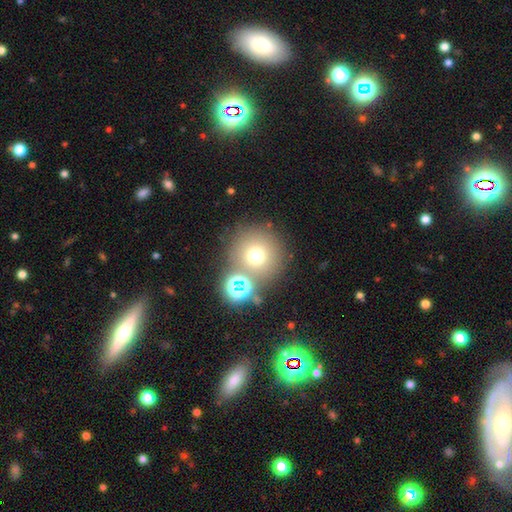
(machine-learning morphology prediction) Smooth or featured? Predicted: smooth (p=0.67). How rounded? Predicted: round (p=0.94). Merging? Predicted: none (p=0.72).